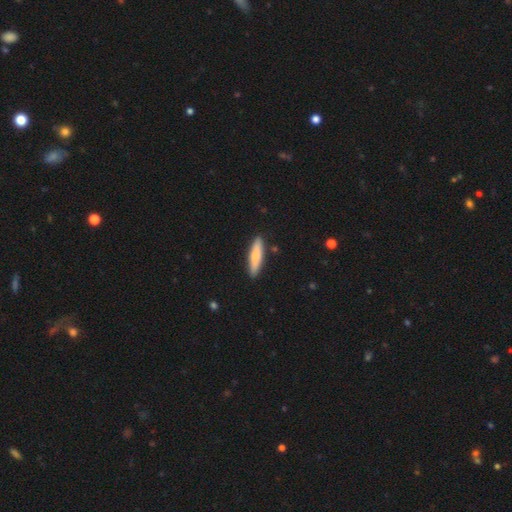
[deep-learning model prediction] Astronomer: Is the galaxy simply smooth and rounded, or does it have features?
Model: smooth — 72%.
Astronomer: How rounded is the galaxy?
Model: cigar-shaped — 77%.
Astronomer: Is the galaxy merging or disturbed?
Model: none — 89%.